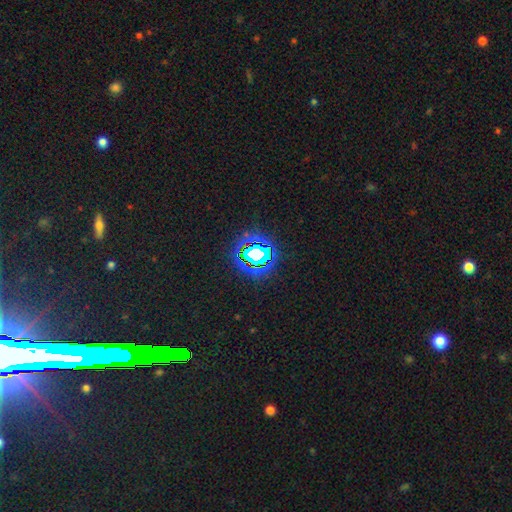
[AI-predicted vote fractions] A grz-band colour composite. It shows a star or artifact, not a galaxy (69%).